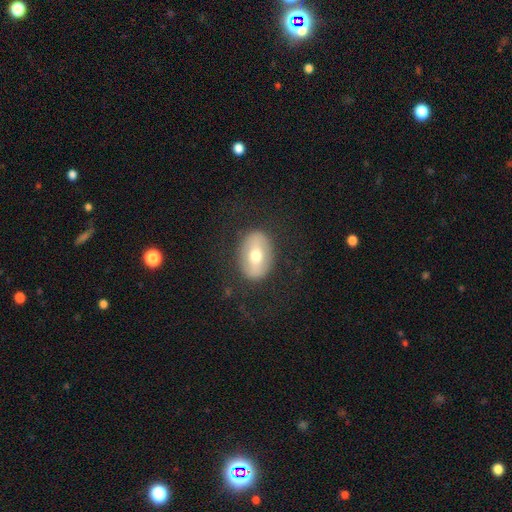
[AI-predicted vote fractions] Smooth or featured? Predicted: smooth (p=0.49). Merging? Predicted: none (p=0.80).